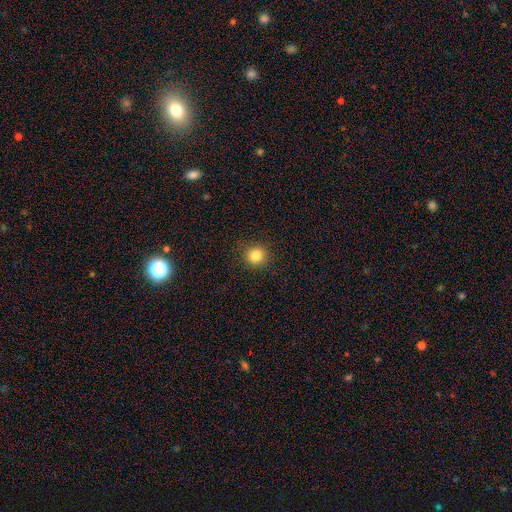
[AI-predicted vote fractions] Overall: smooth (84%). How rounded: round (92%). Merging: none (90%).